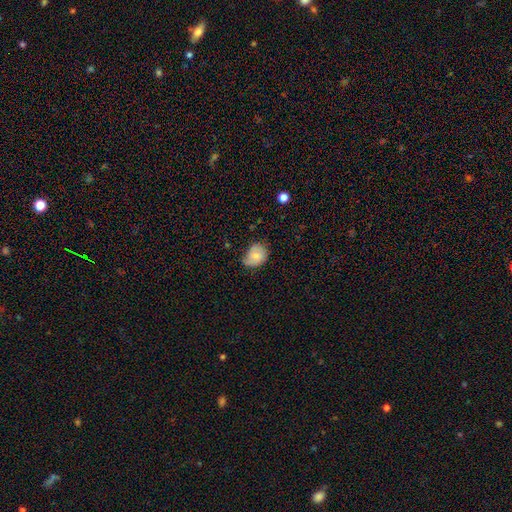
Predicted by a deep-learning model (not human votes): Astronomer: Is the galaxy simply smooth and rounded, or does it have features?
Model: smooth — 69%.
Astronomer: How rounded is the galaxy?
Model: in between — 57% (runner-up: round, 42%).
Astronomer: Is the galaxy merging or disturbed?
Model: none — 48% (runner-up: minor disturbance, 40%).